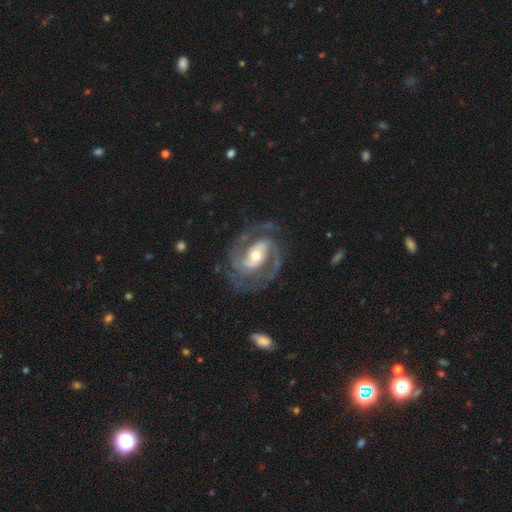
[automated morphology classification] This appears to be a featured or disk galaxy (91%) with a weak bar (36%), 2 (86%) medium (49%) spiral arms (97%) and a moderate central bulge (64%). Merging: none (76%).